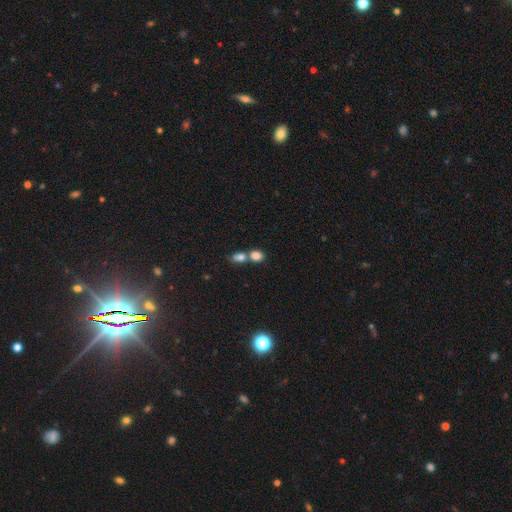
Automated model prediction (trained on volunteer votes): A smooth galaxy with no disk features (81%) that is round (49%, tied with in between).

Vote fractions:
- Smooth or featured? smooth: 81% / star or artifact: 11% / featured or disk: 8%
- How rounded? round: 49% (tied) / in between: 49% (tied) / cigar-shaped: 2%
- Merging? merger: 56% / none: 33% / minor disturbance: 7% / major disturbance: 3%